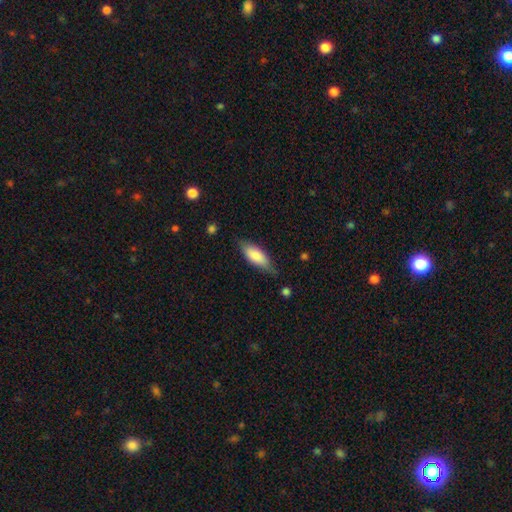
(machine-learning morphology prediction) This appears to be a smooth galaxy with no disk features (80%) that is in between round and cigar-shaped (75%). Merging: none (68%).